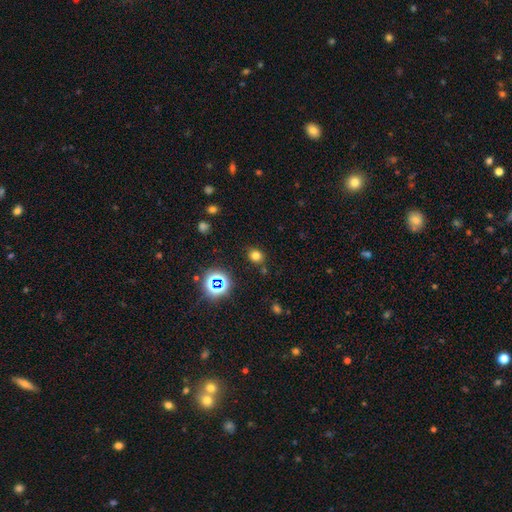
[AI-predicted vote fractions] Smooth or featured? Predicted: smooth (p=0.71). How rounded? Predicted: round (p=0.71). Merging? Predicted: none (p=0.80).